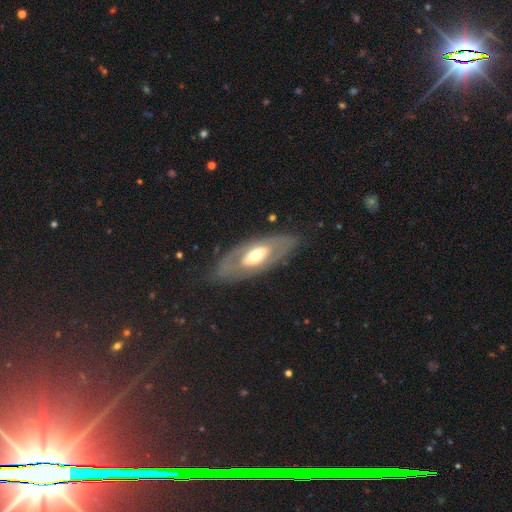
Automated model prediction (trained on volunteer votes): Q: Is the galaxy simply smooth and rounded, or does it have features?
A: featured or disk — 67%.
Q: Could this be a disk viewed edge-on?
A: no — 84%.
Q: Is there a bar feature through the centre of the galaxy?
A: no — 71%.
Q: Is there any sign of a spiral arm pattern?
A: no — 68%.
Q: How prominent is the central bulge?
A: moderate — 63%.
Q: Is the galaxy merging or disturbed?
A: none — 77%.